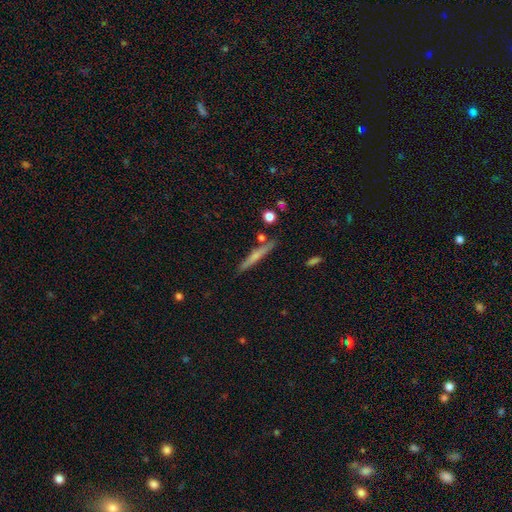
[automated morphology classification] smooth-or-featured: smooth: 47% | featured or disk: 46% | star or artifact: 7%
  merging: none: 84% | minor disturbance: 10% | merger: 4% | major disturbance: 2%